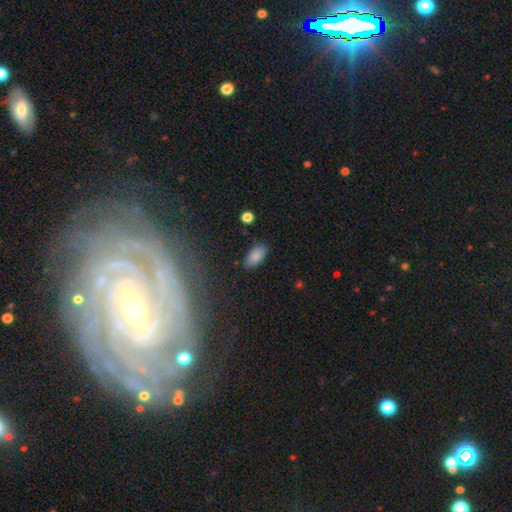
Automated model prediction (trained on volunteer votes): smooth_or_featured: smooth (p=0.84) [alt: star or artifact p=0.08]
how_rounded: in between (p=0.94) [alt: cigar-shaped p=0.03]
merging: none (p=0.84) [alt: minor disturbance p=0.12]